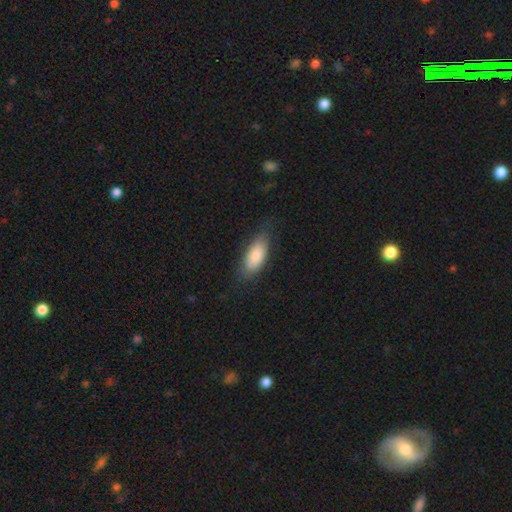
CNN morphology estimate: smooth-or-featured: smooth: 84% | featured or disk: 10% | star or artifact: 6%
  how-rounded: in between: 84% | cigar-shaped: 14% | round: 2%
  merging: none: 74% | minor disturbance: 19% | major disturbance: 6% | merger: 1%